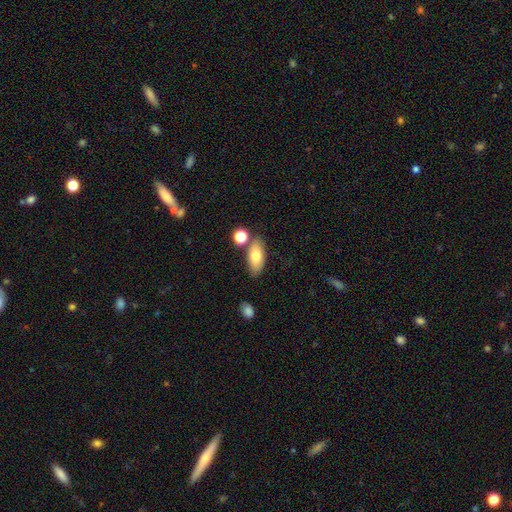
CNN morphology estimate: Smooth or featured? smooth (74%)
How rounded? in between (86%)
Merging? none (72%)